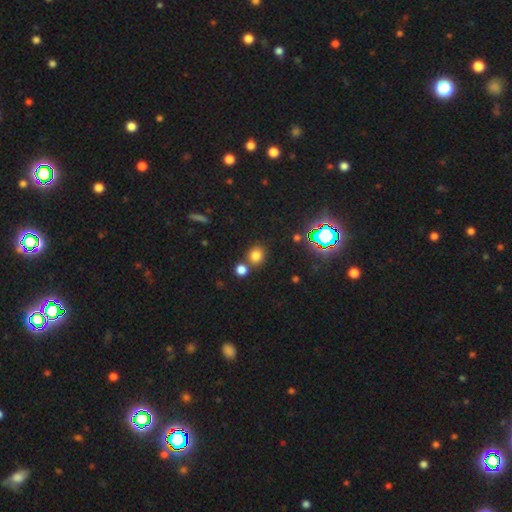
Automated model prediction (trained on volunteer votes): This is likely a smooth galaxy (75%). How rounded: likely round (77%). Merging: likely none (68%).